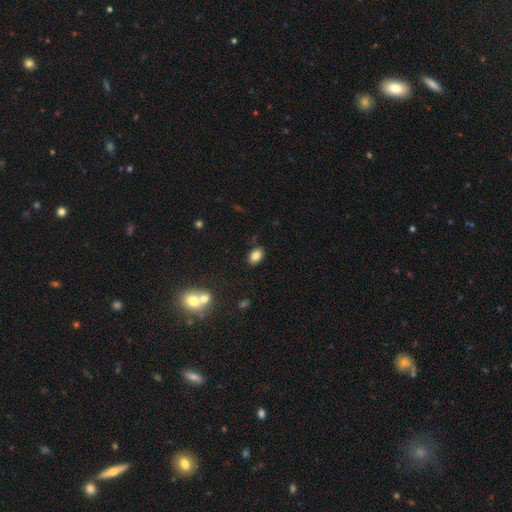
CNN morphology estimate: Q: Smooth or featured?
A: smooth (83%); runner-up: star or artifact (10%)
Q: How rounded?
A: in between (85%); runner-up: round (14%)
Q: Merging?
A: none (84%); runner-up: minor disturbance (11%)